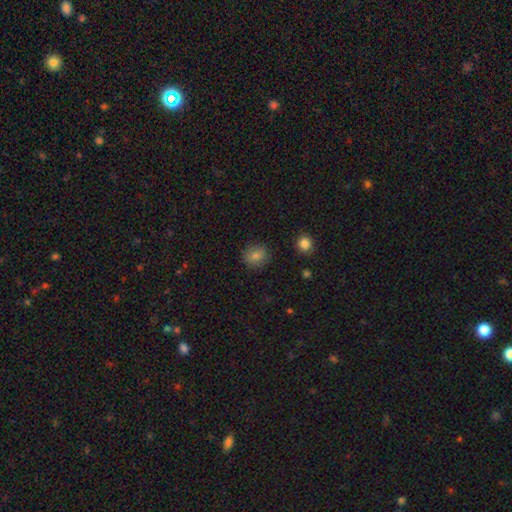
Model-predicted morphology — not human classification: smooth_or_featured: smooth (p=0.80) [alt: star or artifact p=0.12]
how_rounded: round (p=0.82) [alt: in between p=0.17]
merging: none (p=0.89) [alt: minor disturbance p=0.07]